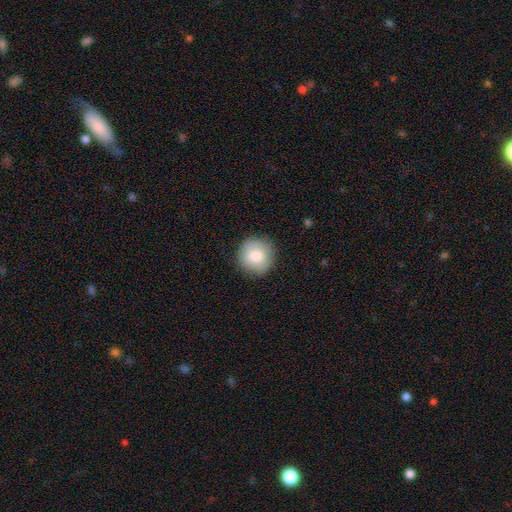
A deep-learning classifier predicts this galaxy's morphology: Smooth or featured? smooth (80%)
How rounded? round (94%)
Merging? none (88%)